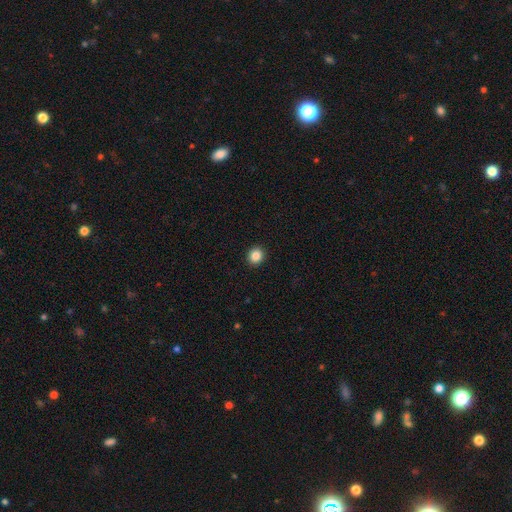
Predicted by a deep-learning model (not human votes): A smooth galaxy with no disk features (86%) that is round (86%). Merging: none (93%).